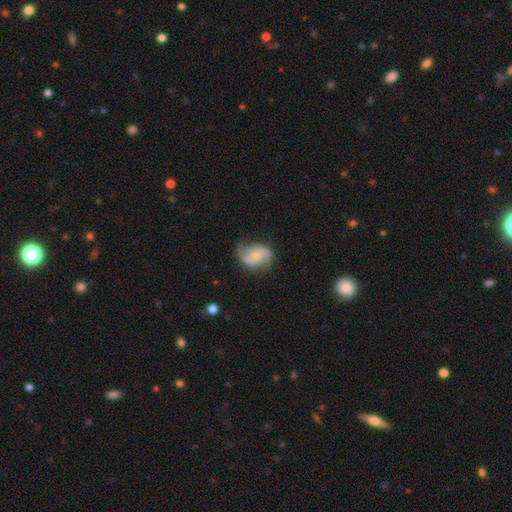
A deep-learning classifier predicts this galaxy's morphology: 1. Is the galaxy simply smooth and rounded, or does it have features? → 79% featured or disk, 15% smooth, 6% star or artifact.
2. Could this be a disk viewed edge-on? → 98% no, 2% yes.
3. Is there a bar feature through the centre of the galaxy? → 58% no, 36% weak, 7% strong.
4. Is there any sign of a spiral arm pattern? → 95% yes, 5% no.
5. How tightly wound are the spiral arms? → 45% medium, 41% loose, 14% tight.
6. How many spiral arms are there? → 89% 2, 4% can't tell, 2% 1, 2% 3, 1% 4, 1% more than 4.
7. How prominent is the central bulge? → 49% small, 34% moderate, 13% none, 3% large, 1% dominant.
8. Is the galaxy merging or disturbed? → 69% none, 21% minor disturbance, 9% major disturbance, 2% merger.